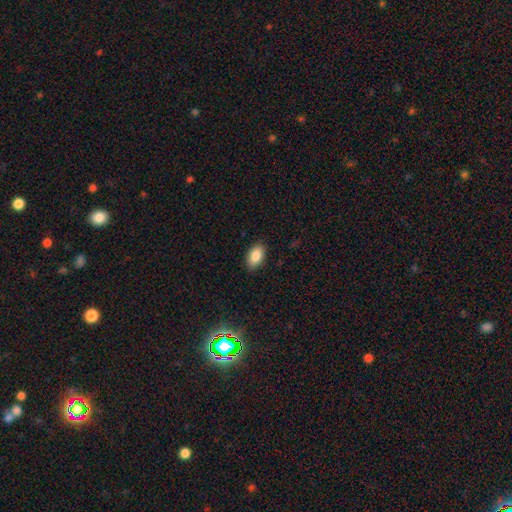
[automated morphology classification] Q: Smooth or featured?
A: smooth (85%); runner-up: star or artifact (7%)
Q: How rounded?
A: in between (91%); runner-up: round (7%)
Q: Merging?
A: none (87%); runner-up: minor disturbance (10%)